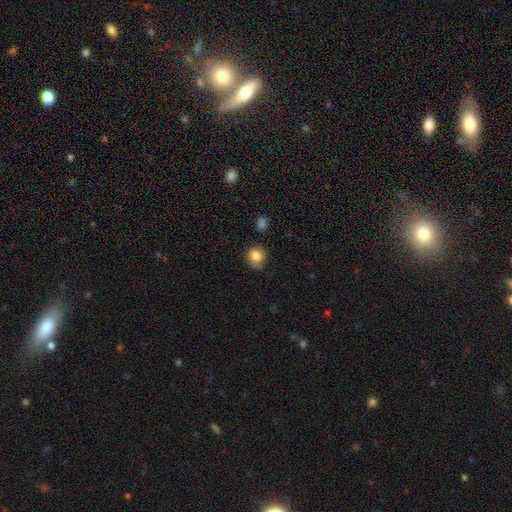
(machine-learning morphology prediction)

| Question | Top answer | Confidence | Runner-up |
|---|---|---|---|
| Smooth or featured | smooth | 83% | star or artifact (10%) |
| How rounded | round | 78% | in between (21%) |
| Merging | none | 75% | minor disturbance (19%) |